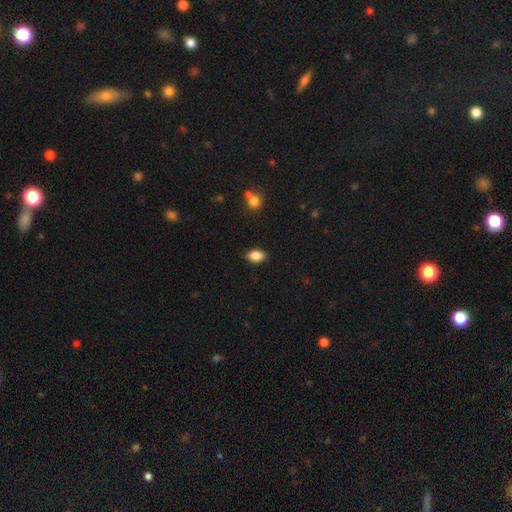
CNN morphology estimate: The model was most divided on "merging": none: 86%, minor disturbance: 11%, major disturbance: 2%, merger: 1%. More confident: how rounded — in between (88%); smooth or featured — smooth (86%).